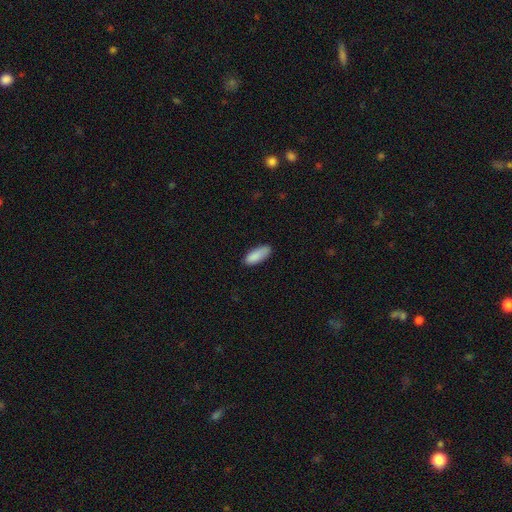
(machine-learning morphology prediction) Overall: smooth (89%). How rounded: in between (77%). Merging: none (77%).